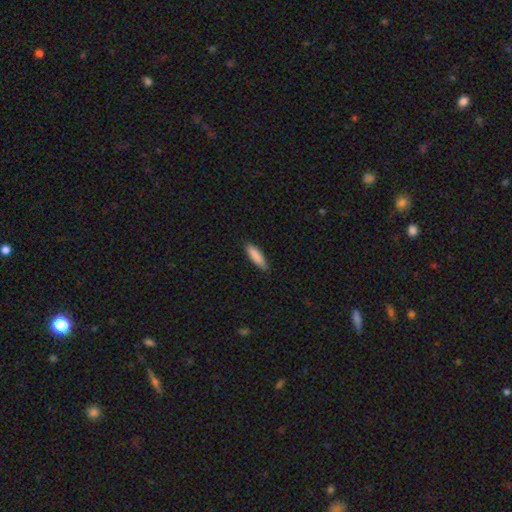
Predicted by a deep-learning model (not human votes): The model was most divided on "how rounded": cigar-shaped: 63%, in between: 36%, round: 1%. More confident: smooth or featured — smooth (87%); merging — none (87%).